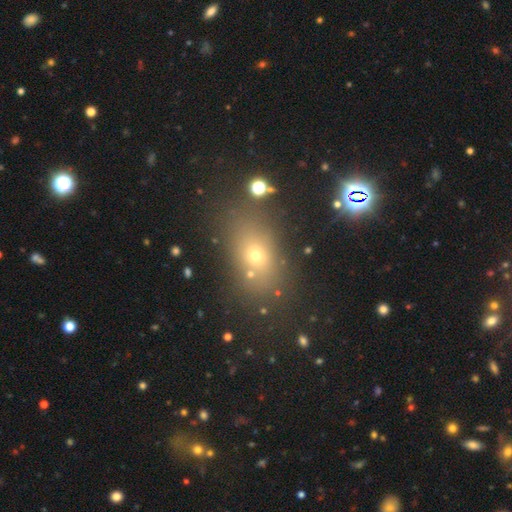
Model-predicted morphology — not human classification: smooth 65%, star or artifact 21%, featured or disk 14%. Down the decision tree: how rounded — in between (70%); merging — none (76%).